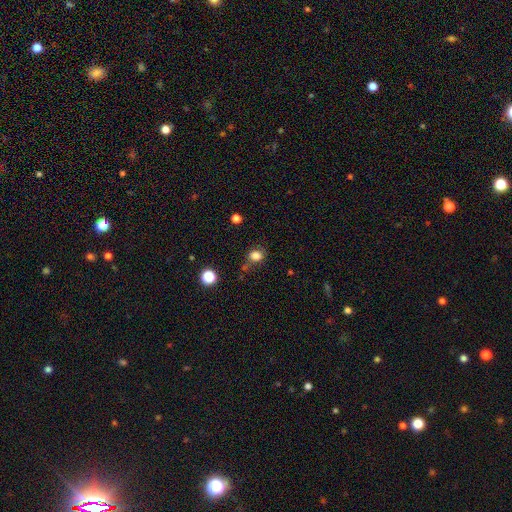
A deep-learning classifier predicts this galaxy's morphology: smooth 80%, star or artifact 13%, featured or disk 7%. Down the decision tree: how rounded — round (60%); merging — none (62%).